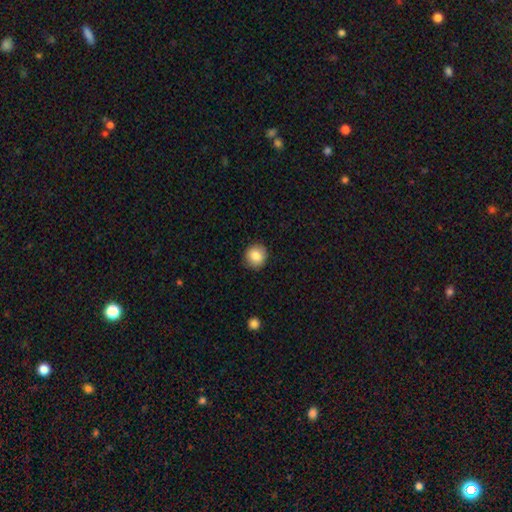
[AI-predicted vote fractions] smooth 86%, star or artifact 8%, featured or disk 6%. Down the decision tree: how rounded — round (90%); merging — none (90%).